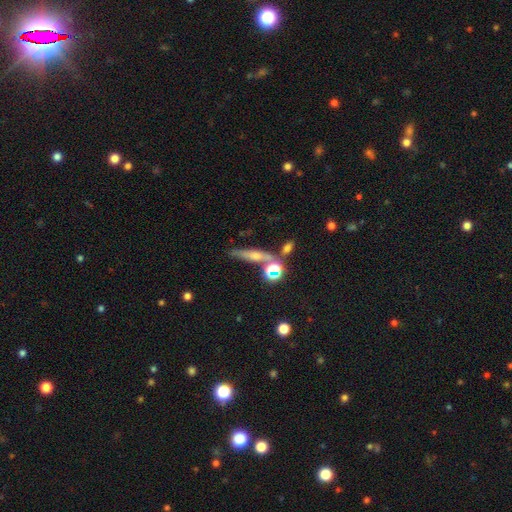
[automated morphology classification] This is possibly a featured or disk galaxy (49%). Merging: likely none (67%).